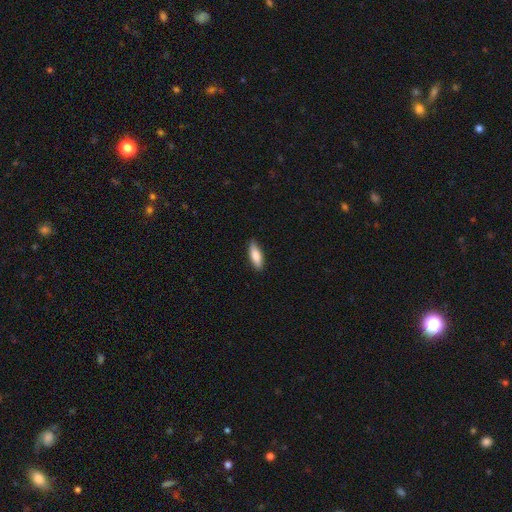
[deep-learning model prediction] Smooth or featured? Predicted: smooth (p=0.83). How rounded? Predicted: in between (p=0.63). Merging? Predicted: none (p=0.86).